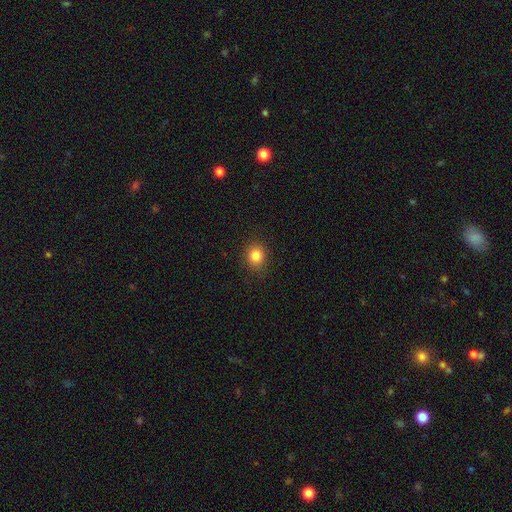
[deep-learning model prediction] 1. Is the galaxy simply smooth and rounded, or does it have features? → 84% smooth, 11% star or artifact, 5% featured or disk.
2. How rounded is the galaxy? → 77% round, 22% in between, 1% cigar-shaped.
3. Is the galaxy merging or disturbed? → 88% none, 8% minor disturbance, 3% major disturbance, 1% merger.